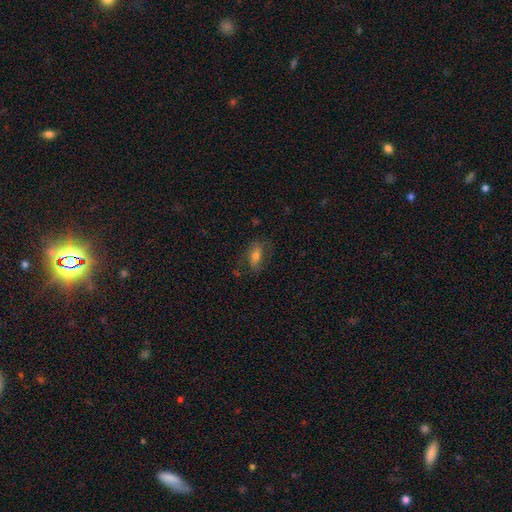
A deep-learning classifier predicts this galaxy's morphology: smooth 61%, featured or disk 29%, star or artifact 10%. Down the decision tree: how rounded — in between (83%); merging — none (68%).